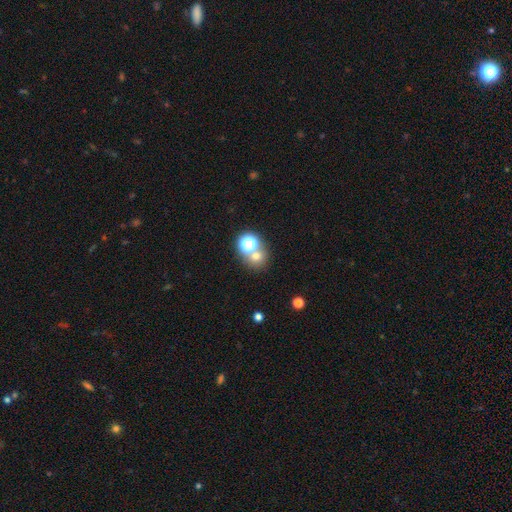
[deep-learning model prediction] smooth-or-featured: smooth: 63% | star or artifact: 27% | featured or disk: 10%
  how-rounded: round: 82% | in between: 17% | cigar-shaped: 1%
  merging: none: 57% | merger: 32% | minor disturbance: 7% | major disturbance: 4%